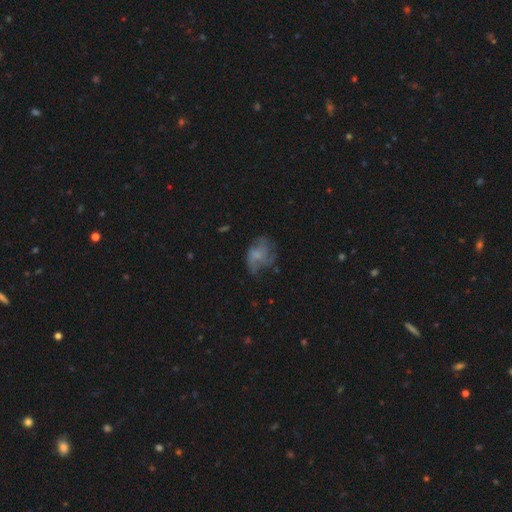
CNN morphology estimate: featured or disk 48%, smooth 36%, star or artifact 16%. Down the decision tree: merging — none (54%).